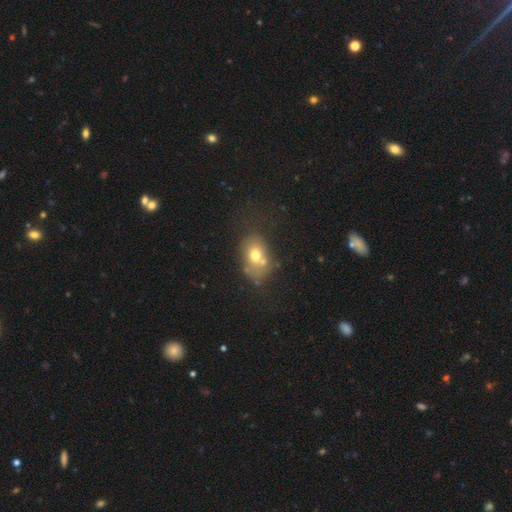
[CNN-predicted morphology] smooth_or_featured: smooth (p=0.66) [alt: featured or disk p=0.22]
how_rounded: in between (p=0.68) [alt: round p=0.31]
merging: none (p=0.44) [alt: merger p=0.25]